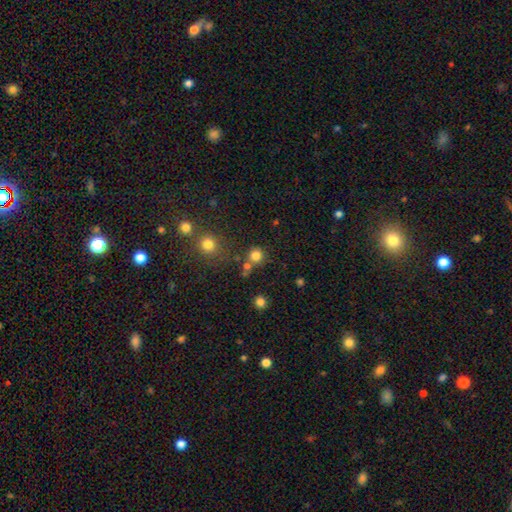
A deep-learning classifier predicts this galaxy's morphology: This appears to be a smooth galaxy with no disk features (79%) that is round (91%). Merging: none (72%).